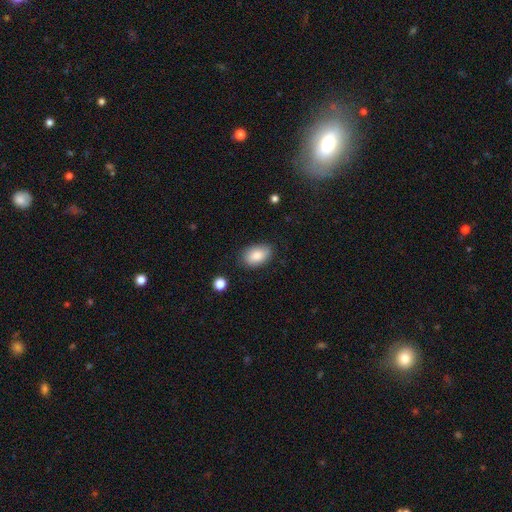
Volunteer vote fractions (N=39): This is clearly a smooth galaxy (87%). How rounded: clearly in between (91%). Merging: likely none (74%).